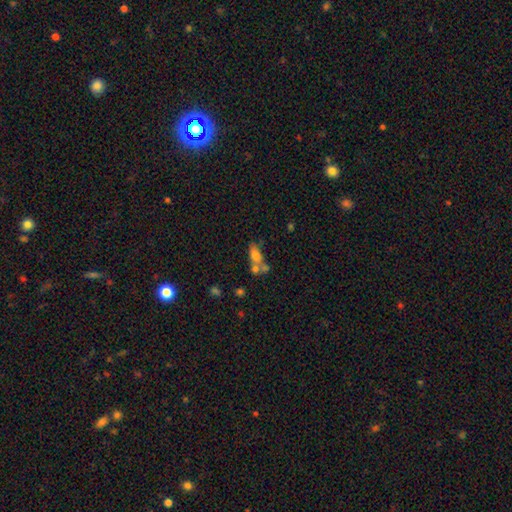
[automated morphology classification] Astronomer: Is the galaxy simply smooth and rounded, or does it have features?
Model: smooth — 64%.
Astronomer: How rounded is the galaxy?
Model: in between — 73%.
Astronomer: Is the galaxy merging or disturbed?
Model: merger — 49% (runner-up: none, 29%).